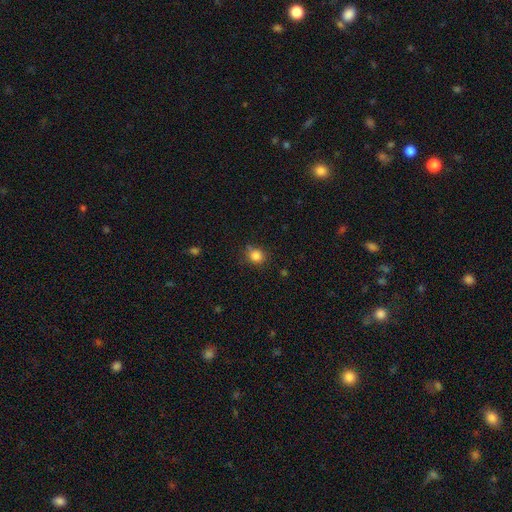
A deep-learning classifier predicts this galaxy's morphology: Overall: smooth (84%). How rounded: round (82%). Merging: none (76%).